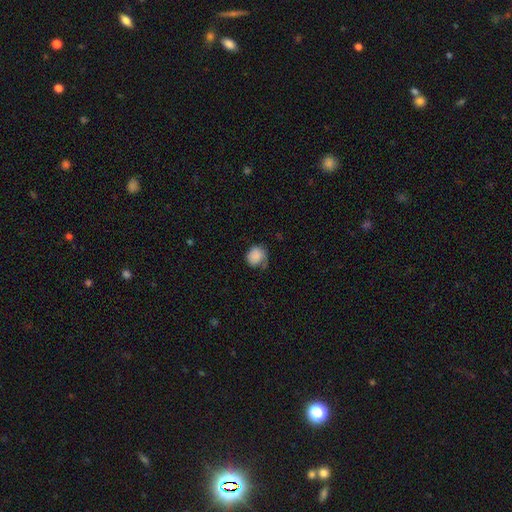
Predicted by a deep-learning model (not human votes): A smooth galaxy with no disk features (83%) that is round (74%). Merging: none (45%).